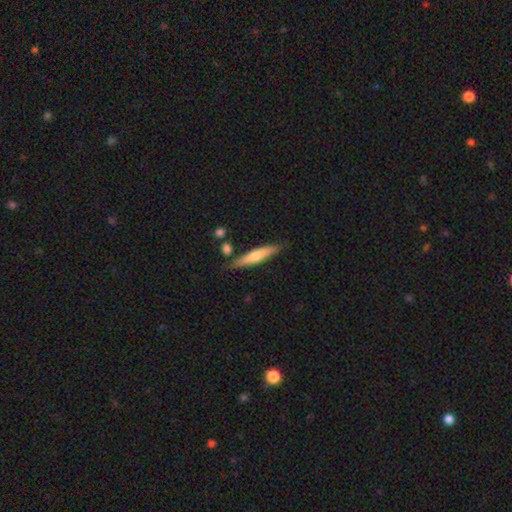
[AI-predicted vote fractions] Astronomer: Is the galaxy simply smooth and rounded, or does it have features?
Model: smooth — 55% (runner-up: featured or disk, 39%).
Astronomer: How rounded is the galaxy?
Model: cigar-shaped — 86%.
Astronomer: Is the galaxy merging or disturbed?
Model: none — 80%.